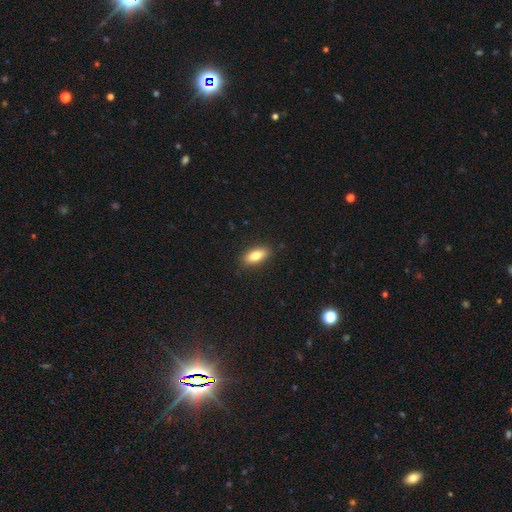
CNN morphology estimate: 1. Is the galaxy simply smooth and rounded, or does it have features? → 79% smooth, 13% featured or disk, 7% star or artifact.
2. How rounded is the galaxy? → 83% in between, 14% cigar-shaped, 3% round.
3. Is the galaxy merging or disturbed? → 88% none, 9% minor disturbance, 2% major disturbance, 1% merger.